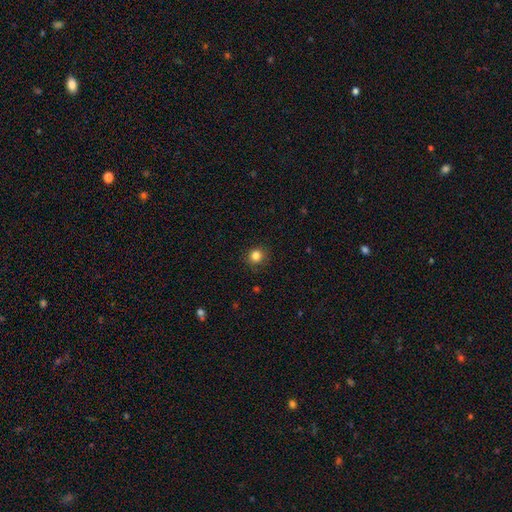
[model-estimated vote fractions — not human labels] This appears to be a smooth galaxy with no disk features (83%) that is round (89%). Merging: none (88%).